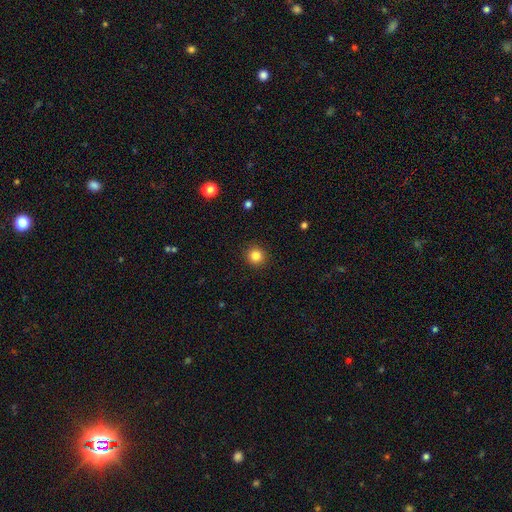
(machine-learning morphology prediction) Smooth or featured: smooth — 84% (star or artifact — 12%)
How rounded: round — 94% (in between — 5%)
Merging: none — 92% (minor disturbance — 5%)